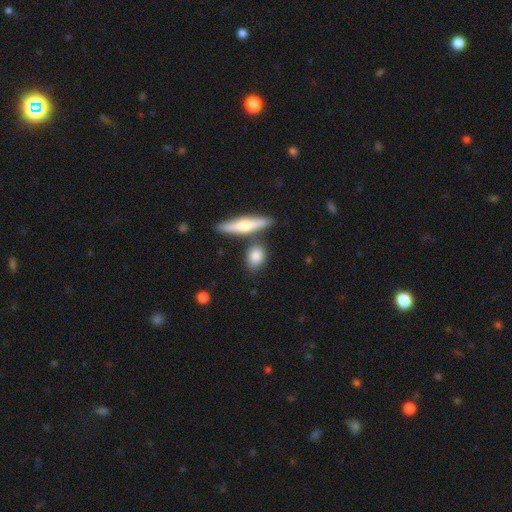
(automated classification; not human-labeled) Smooth or featured: smooth — 79% (featured or disk — 15%)
How rounded: in between — 61% (round — 25%)
Merging: none — 71% (merger — 14%)